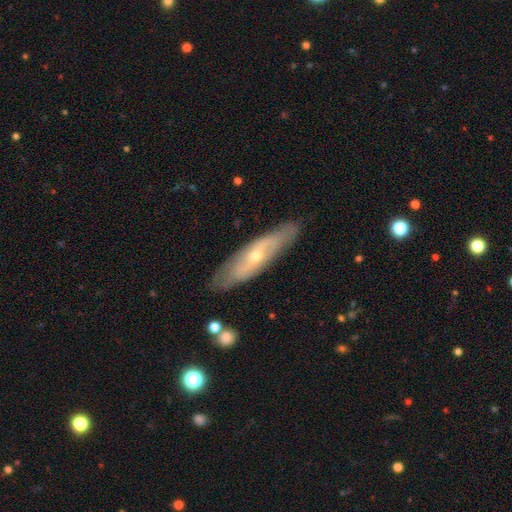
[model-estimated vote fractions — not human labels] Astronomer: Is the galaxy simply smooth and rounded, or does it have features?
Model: featured or disk — 66%.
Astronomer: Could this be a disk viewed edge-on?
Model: no — 62% (runner-up: yes, 38%).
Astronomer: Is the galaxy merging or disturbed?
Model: none — 83%.